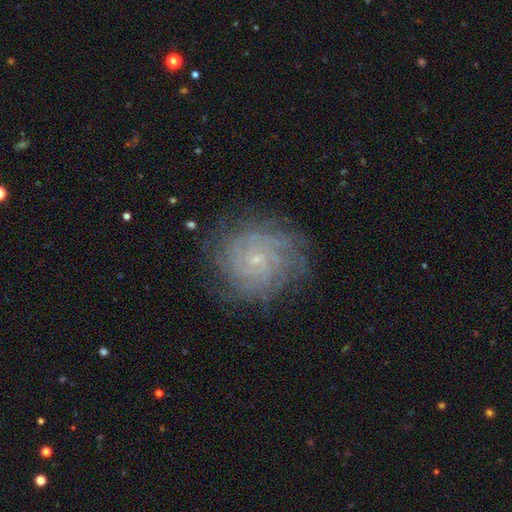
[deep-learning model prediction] This is likely a featured or disk galaxy (74%). It is clearly not viewed edge-on (97%). Bar: likely no (74%). Spiral arm pattern: clearly yes (95%). Spiral arm count: marginally can't tell (37%). Spiral winding: likely tight (74%). Central bulge: clearly small (83%). Merging: clearly none (82%).